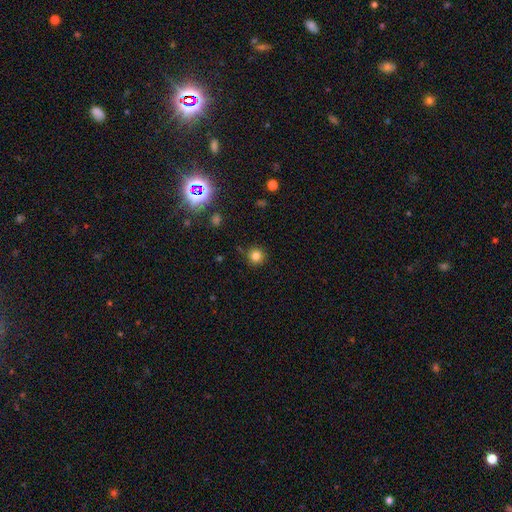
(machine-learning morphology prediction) type=smooth (81%); roundness=round (94%); merging=none (85%).